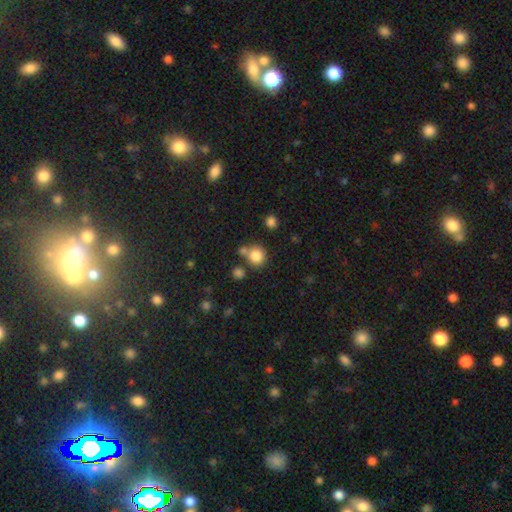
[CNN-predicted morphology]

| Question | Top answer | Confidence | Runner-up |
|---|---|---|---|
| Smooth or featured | smooth | 83% | star or artifact (11%) |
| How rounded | round | 87% | in between (12%) |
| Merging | none | 61% | merger (24%) |